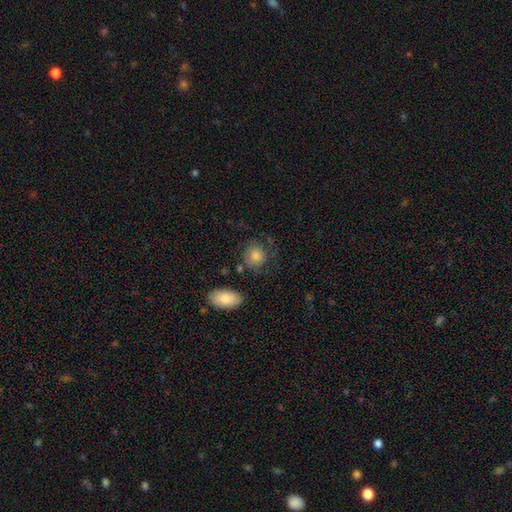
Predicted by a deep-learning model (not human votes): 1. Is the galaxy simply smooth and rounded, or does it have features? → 80% smooth, 11% featured or disk, 10% star or artifact.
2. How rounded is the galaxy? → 78% round, 21% in between, 1% cigar-shaped.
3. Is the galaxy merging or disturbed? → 69% none, 17% minor disturbance, 8% major disturbance, 5% merger.